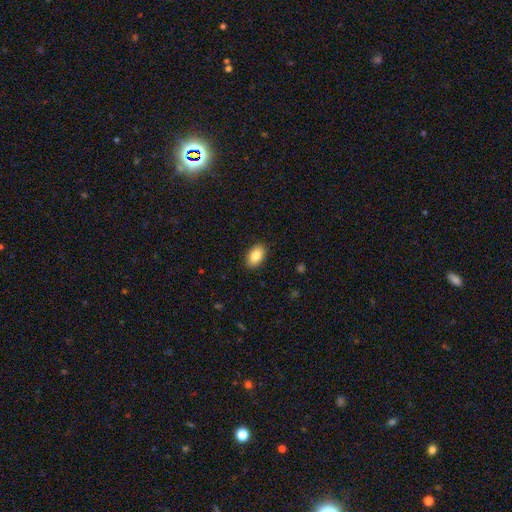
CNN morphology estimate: Smooth or featured: smooth — 86% (featured or disk — 7%)
How rounded: in between — 91% (round — 8%)
Merging: none — 90% (minor disturbance — 8%)